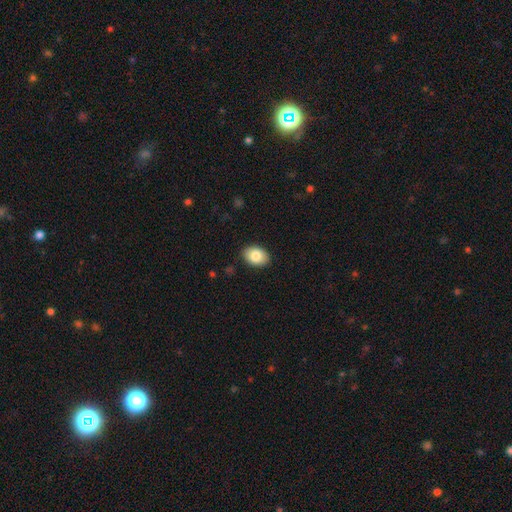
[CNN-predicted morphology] The model was most divided on "how rounded": in between: 81%, round: 18%, cigar-shaped: 1%. More confident: merging — none (89%); smooth or featured — smooth (85%).